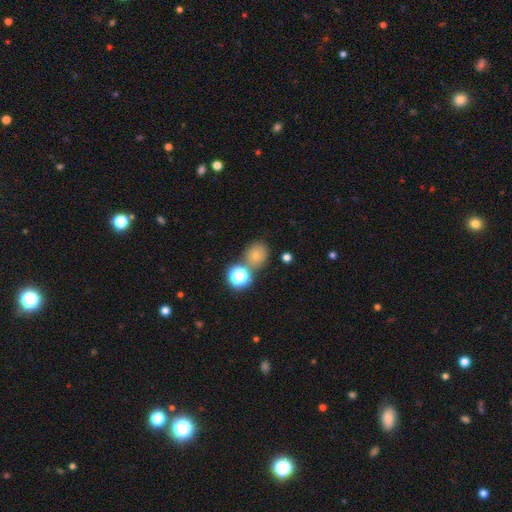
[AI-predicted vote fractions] smooth 70%, star or artifact 20%, featured or disk 11%. Down the decision tree: how rounded — round (71%); merging — none (65%).